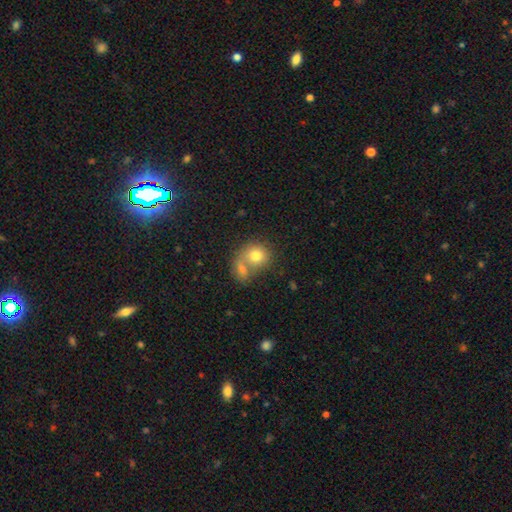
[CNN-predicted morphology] Q: Smooth or featured?
A: smooth (77%); runner-up: featured or disk (15%)
Q: How rounded?
A: round (74%); runner-up: in between (25%)
Q: Merging?
A: merger (56%); runner-up: none (29%)